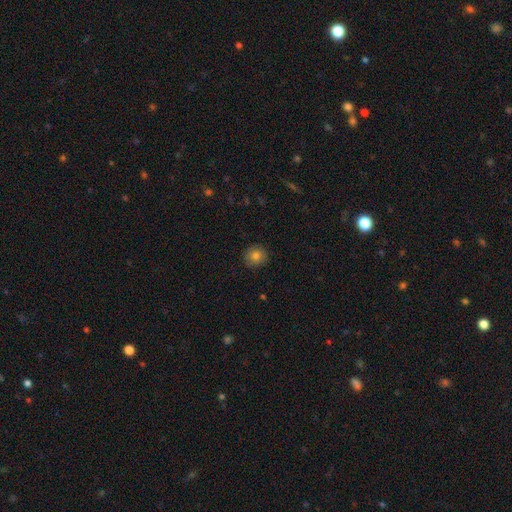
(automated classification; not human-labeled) Overall: smooth (82%). How rounded: round (89%). Merging: none (88%).